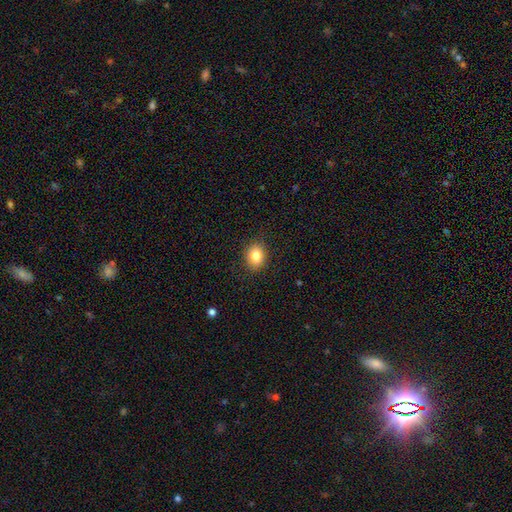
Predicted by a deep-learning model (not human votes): A smooth galaxy with no disk features (83%) that is in between round and cigar-shaped (52%). Merging: none (88%).